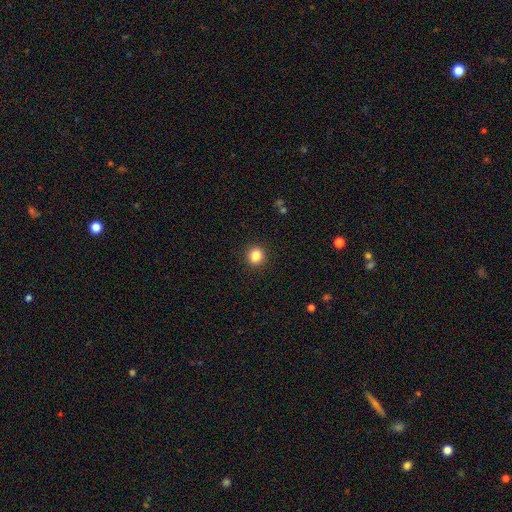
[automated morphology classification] type=smooth (84%); roundness=round (92%); merging=none (92%).